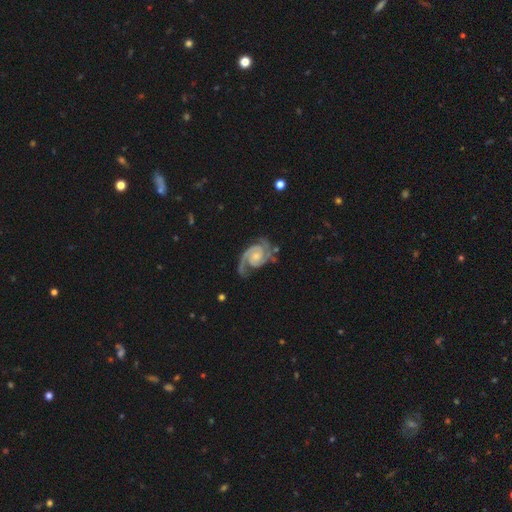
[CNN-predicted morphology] featured or disk 92%, star or artifact 4%, smooth 4%. Down the decision tree: edge-on disk — no (98%); bar — no (62%); spiral arms — yes (98%); spiral arm count — 2 (87%); spiral winding — tight (47%); bulge size — small (51%); merging — none (69%).